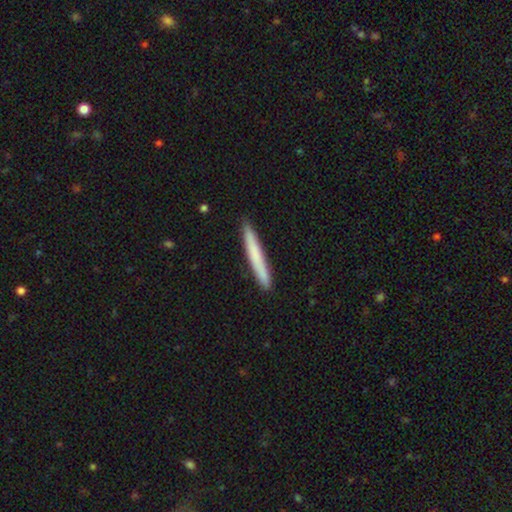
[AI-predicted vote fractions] smooth_or_featured: smooth (p=0.72) [alt: featured or disk p=0.23]
how_rounded: cigar-shaped (p=0.97) [alt: in between p=0.02]
merging: none (p=0.91) [alt: minor disturbance p=0.07]